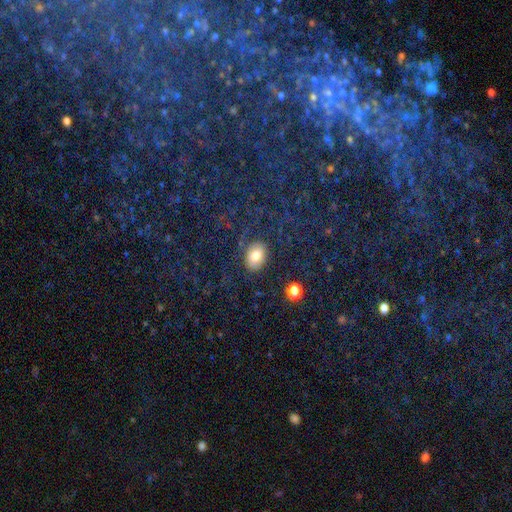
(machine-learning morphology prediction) smooth-or-featured: smooth: 70% | star or artifact: 15% | featured or disk: 15%
  how-rounded: in between: 79% | round: 20% | cigar-shaped: 2%
  merging: none: 77% | minor disturbance: 14% | major disturbance: 7% | merger: 2%